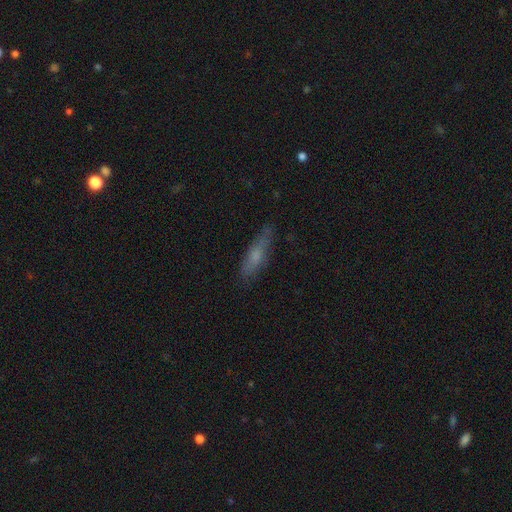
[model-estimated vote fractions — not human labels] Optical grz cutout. It shows a smooth galaxy with no disk features (59%) that is cigar-shaped (72%). Merging: none (79%).